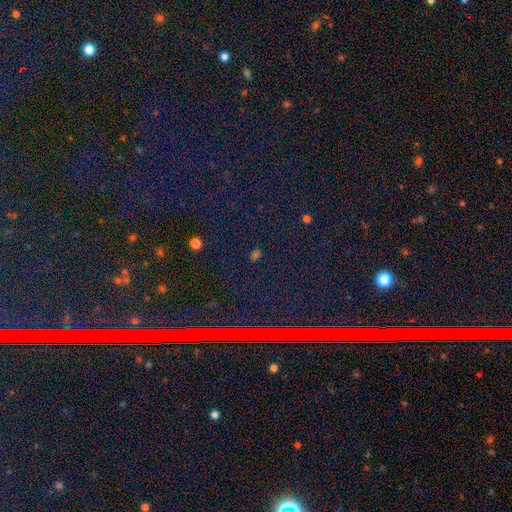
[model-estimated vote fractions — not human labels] Smooth or featured?
  - star or artifact: 85% *
  - featured or disk: 8%
  - smooth: 7%